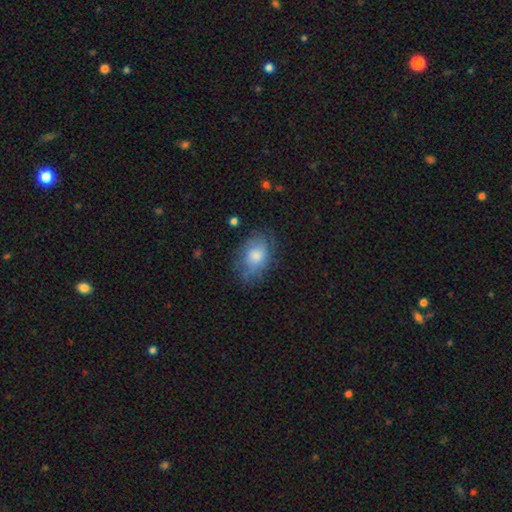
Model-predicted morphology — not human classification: smooth 61%, featured or disk 30%, star or artifact 9%. Down the decision tree: how rounded — in between (80%); merging — none (67%).